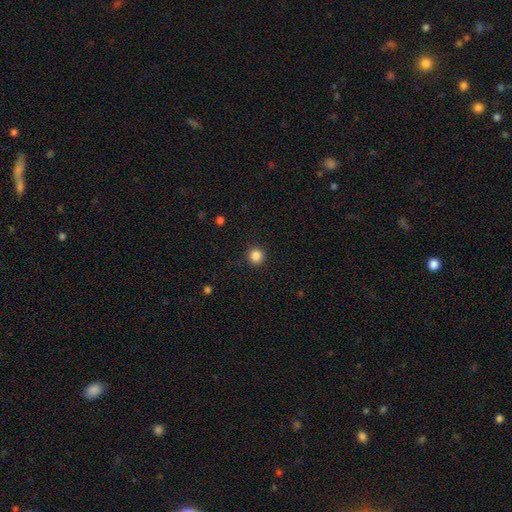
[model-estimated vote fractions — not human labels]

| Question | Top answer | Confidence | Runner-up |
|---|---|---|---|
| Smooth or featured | smooth | 86% | star or artifact (11%) |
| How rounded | round | 95% | in between (4%) |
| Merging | none | 91% | minor disturbance (6%) |